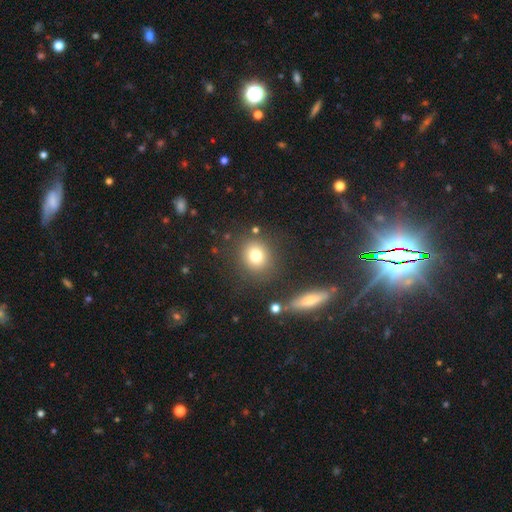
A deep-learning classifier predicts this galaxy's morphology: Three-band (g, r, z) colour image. It shows a smooth galaxy with no disk features (78%) that is round (77%). Merging: none (82%).